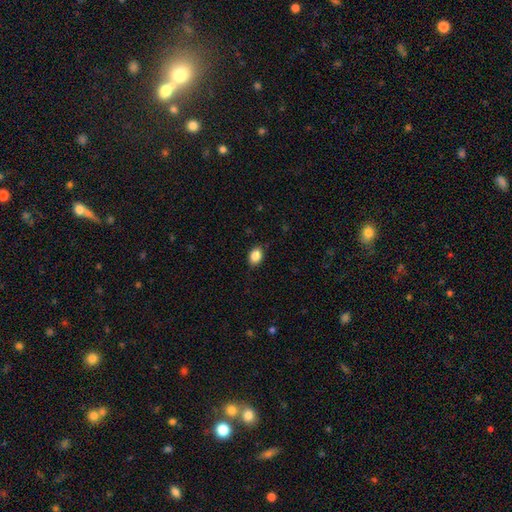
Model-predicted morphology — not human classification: smooth_or_featured: smooth (p=0.87) [alt: star or artifact p=0.09]
how_rounded: in between (p=0.73) [alt: round p=0.26]
merging: none (p=0.86) [alt: minor disturbance p=0.11]